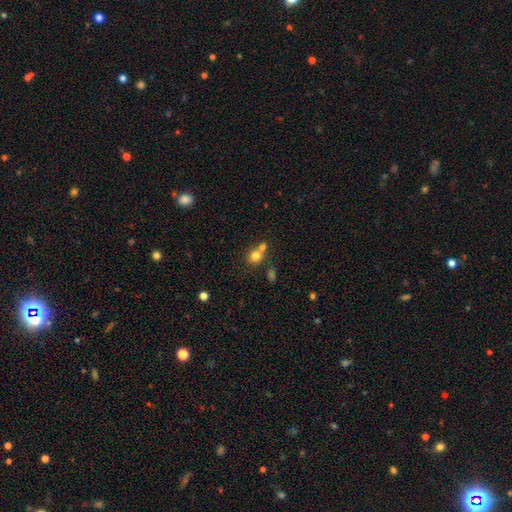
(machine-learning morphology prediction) smooth-or-featured: smooth: 77% | star or artifact: 13% | featured or disk: 10%
  how-rounded: round: 78% | in between: 21% | cigar-shaped: 1%
  merging: none: 46% | merger: 43% | minor disturbance: 8% | major disturbance: 3%